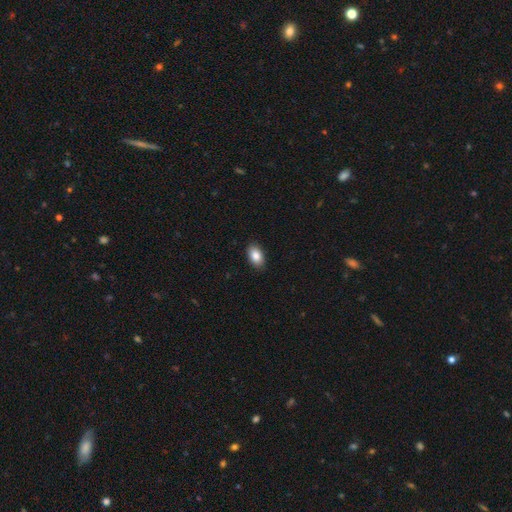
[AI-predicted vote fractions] A smooth galaxy with no disk features (86%) that is in between round and cigar-shaped (91%). Merging: none (89%).